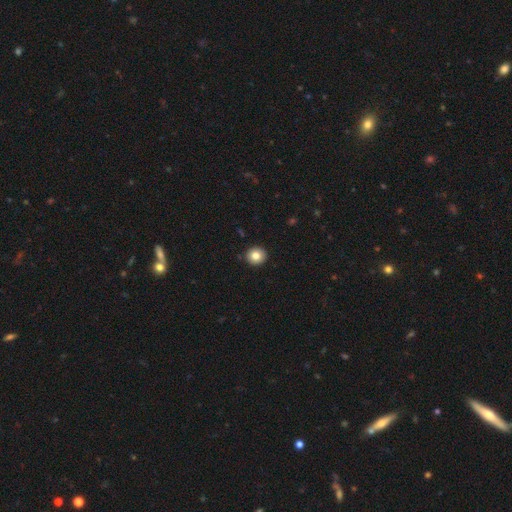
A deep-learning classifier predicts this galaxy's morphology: Smooth or featured: smooth — 83% (star or artifact — 9%)
How rounded: round — 90% (in between — 9%)
Merging: none — 92% (minor disturbance — 6%)